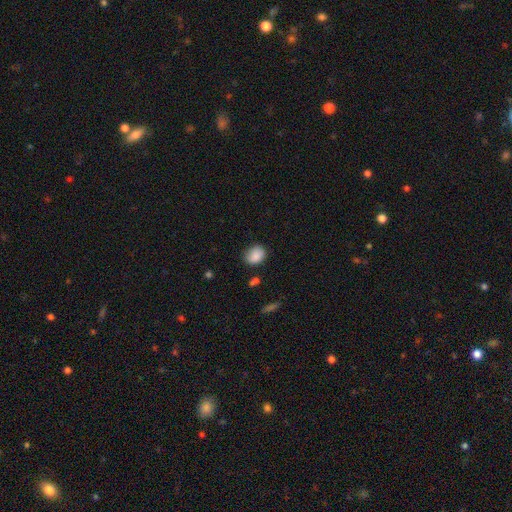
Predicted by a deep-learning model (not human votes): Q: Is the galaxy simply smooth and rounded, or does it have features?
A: smooth — 87%.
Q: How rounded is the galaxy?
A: in between — 57%.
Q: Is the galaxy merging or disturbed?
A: none — 74%.